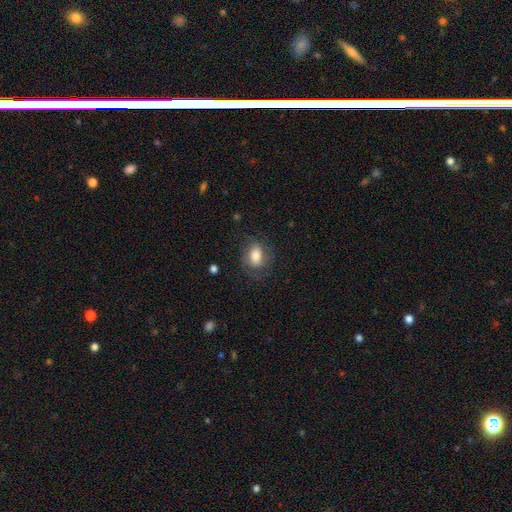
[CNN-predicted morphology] This appears to be a smooth galaxy with no disk features (70%) that is in between round and cigar-shaped (70%). Merging: none (70%).